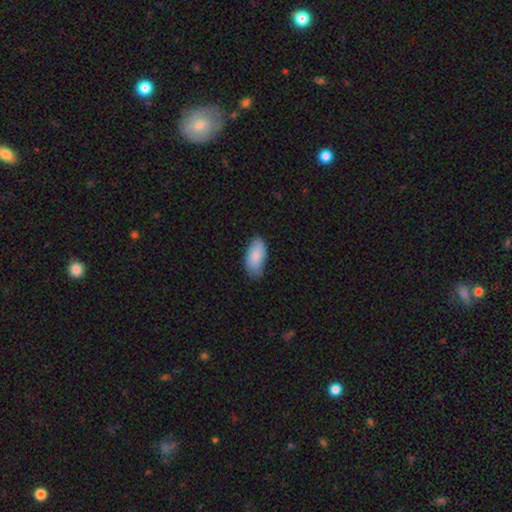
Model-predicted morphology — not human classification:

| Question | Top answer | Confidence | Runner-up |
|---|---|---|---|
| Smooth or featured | smooth | 85% | featured or disk (9%) |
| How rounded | in between | 94% | cigar-shaped (4%) |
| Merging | none | 70% | minor disturbance (25%) |